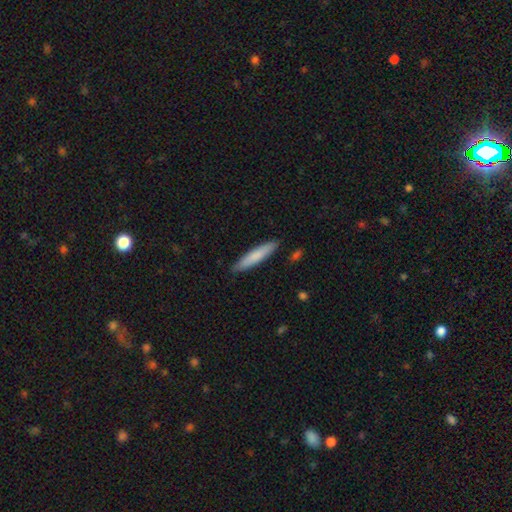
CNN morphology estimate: Q: Smooth or featured?
A: smooth (78%); runner-up: featured or disk (17%)
Q: How rounded?
A: cigar-shaped (88%); runner-up: in between (11%)
Q: Merging?
A: none (88%); runner-up: minor disturbance (9%)